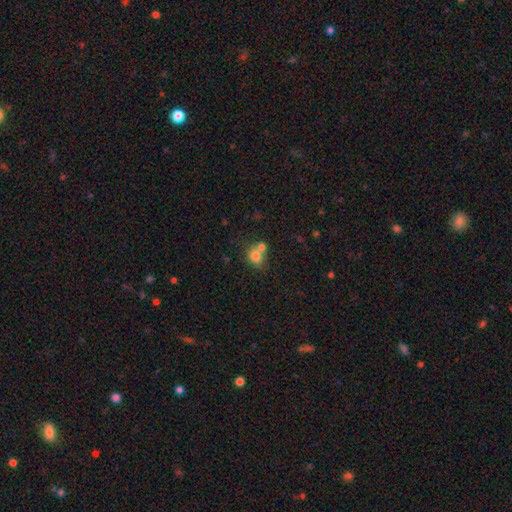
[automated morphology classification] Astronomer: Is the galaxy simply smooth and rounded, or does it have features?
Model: smooth — 76%.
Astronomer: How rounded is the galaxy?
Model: round — 64%.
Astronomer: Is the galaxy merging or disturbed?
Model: merger — 47% (runner-up: none, 40%).